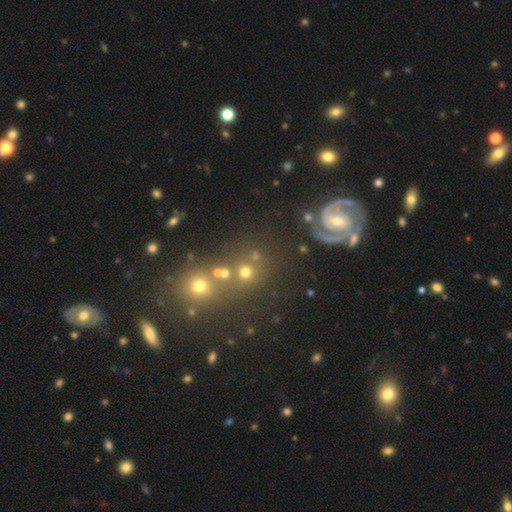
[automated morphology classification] The model was most divided on "smooth or featured": featured or disk: 42%, smooth: 37%, star or artifact: 20%. More confident: merging — none (71%).